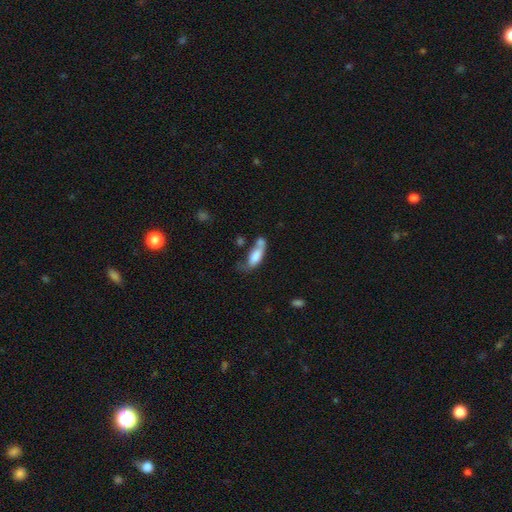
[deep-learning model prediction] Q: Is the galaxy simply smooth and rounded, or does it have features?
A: smooth — 72%.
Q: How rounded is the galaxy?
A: in between — 71%.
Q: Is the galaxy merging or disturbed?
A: merger — 37%.